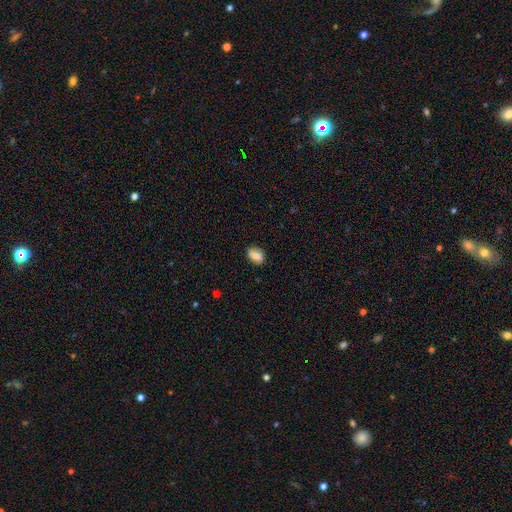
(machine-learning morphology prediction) Q: Smooth or featured?
A: smooth (72%); runner-up: featured or disk (19%)
Q: How rounded?
A: in between (73%); runner-up: round (24%)
Q: Merging?
A: none (77%); runner-up: minor disturbance (17%)